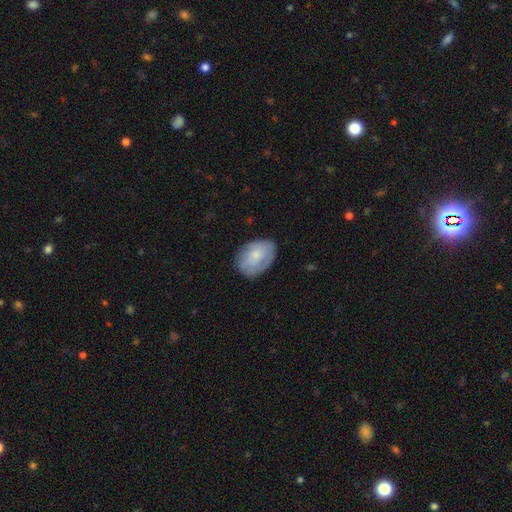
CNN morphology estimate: Smooth or featured?
  - smooth: 65% *
  - featured or disk: 29%
  - star or artifact: 7%
How rounded?
  - in between: 80% *
  - round: 19%
  - cigar-shaped: 1%
Merging?
  - none: 75% *
  - minor disturbance: 19%
  - major disturbance: 5%
  - merger: 1%